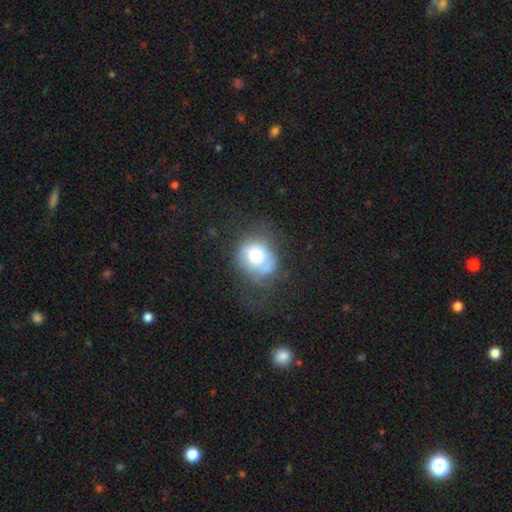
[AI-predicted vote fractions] Smooth or featured?
  - smooth: 62% *
  - featured or disk: 27%
  - star or artifact: 11%
How rounded?
  - round: 68% *
  - in between: 31%
  - cigar-shaped: 1%
Merging?
  - none: 52% *
  - minor disturbance: 25%
  - major disturbance: 20%
  - merger: 2%